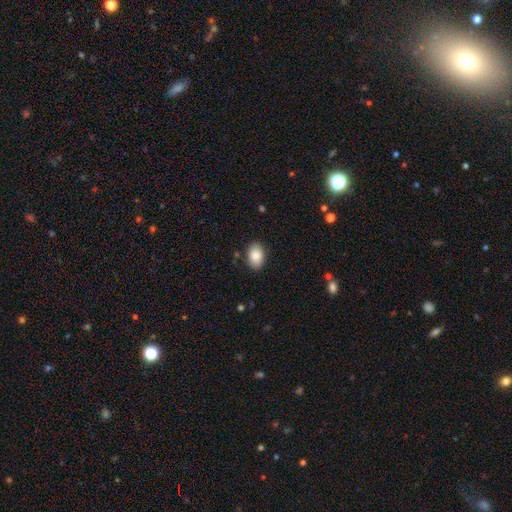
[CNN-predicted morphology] This appears to be a smooth galaxy with no disk features (88%) that is in between round and cigar-shaped (88%). Merging: none (87%).